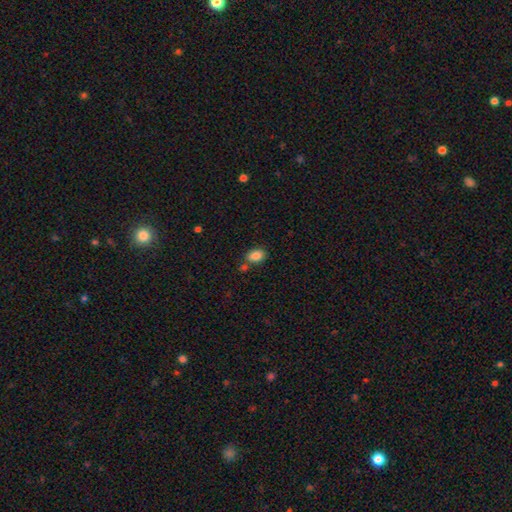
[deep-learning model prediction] This is clearly a smooth galaxy (86%). How rounded: clearly in between (82%). Merging: likely none (66%).